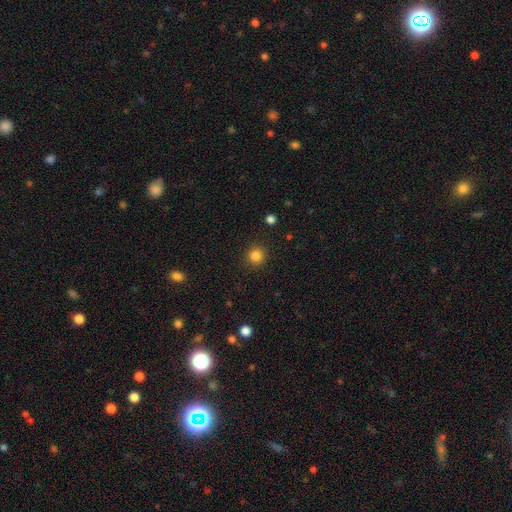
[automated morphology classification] A smooth galaxy with no disk features (84%) that is round (93%). Merging: none (91%).